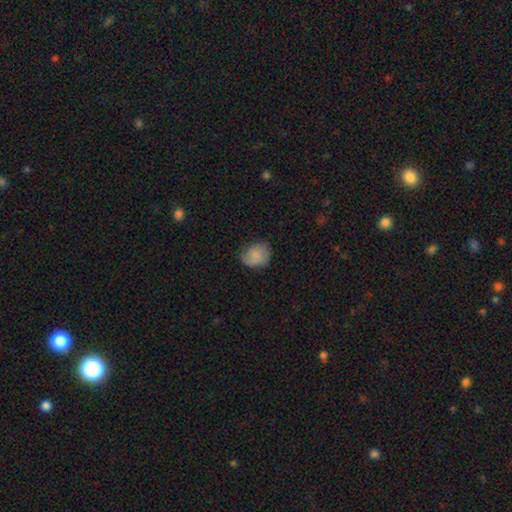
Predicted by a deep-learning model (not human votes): Smooth or featured? Predicted: smooth (p=0.73). How rounded? Predicted: round (p=0.56). Merging? Predicted: none (p=0.72).